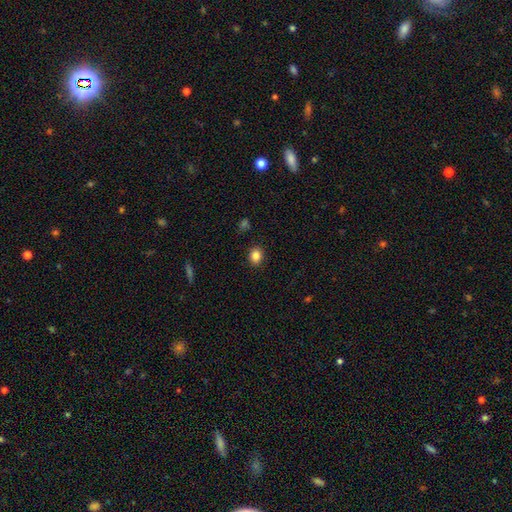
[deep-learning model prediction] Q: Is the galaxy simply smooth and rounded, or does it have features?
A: smooth — 85%.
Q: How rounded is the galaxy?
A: round — 63%.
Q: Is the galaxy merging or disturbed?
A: none — 89%.